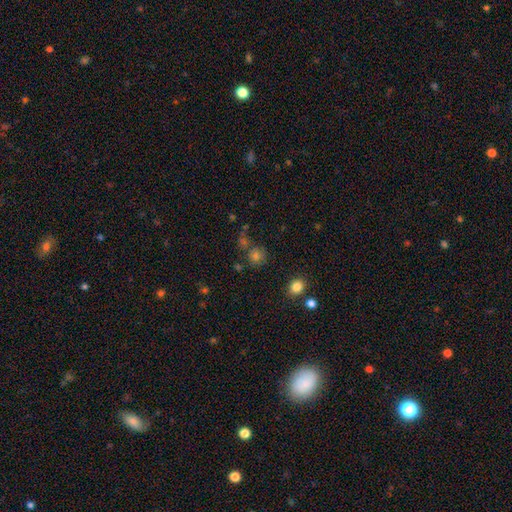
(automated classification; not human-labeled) Morphology: type=smooth (69%); roundness=round (87%); merging=none (72%).